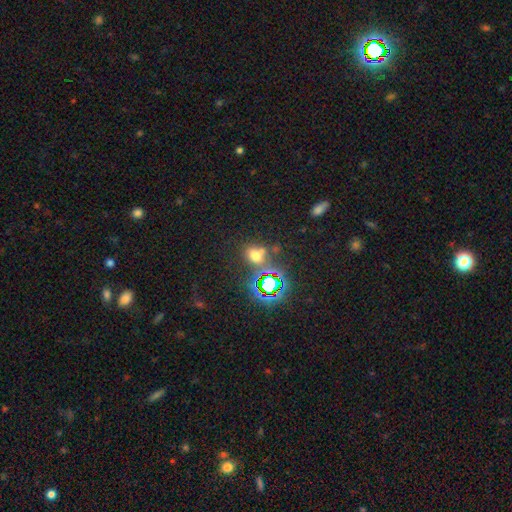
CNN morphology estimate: Overall: smooth (52%; star or artifact 38%). How rounded: in between (57%; round 41%). Merging: none (60%).